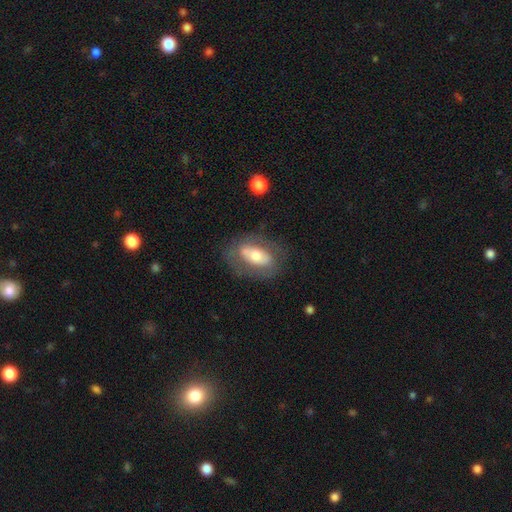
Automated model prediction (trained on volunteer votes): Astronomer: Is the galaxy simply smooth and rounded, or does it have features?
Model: smooth — 47% (runner-up: featured or disk, 46%).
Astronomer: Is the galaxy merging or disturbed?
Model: none — 69%.